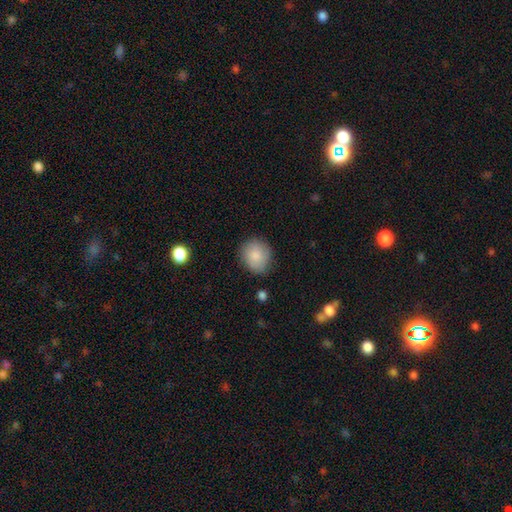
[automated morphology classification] Smooth or featured? Predicted: smooth (p=0.86). How rounded? Predicted: round (p=0.77). Merging? Predicted: none (p=0.81).